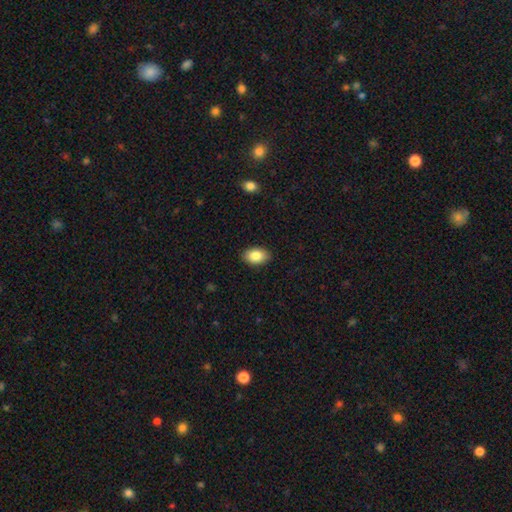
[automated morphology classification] A smooth galaxy with no disk features (85%) that is in between round and cigar-shaped (89%).

Vote fractions:
- Smooth or featured? smooth: 85% / featured or disk: 7% / star or artifact: 7%
- How rounded? in between: 89% / round: 10% / cigar-shaped: 1%
- Merging? none: 89% / minor disturbance: 8% / major disturbance: 2% / merger: 1%